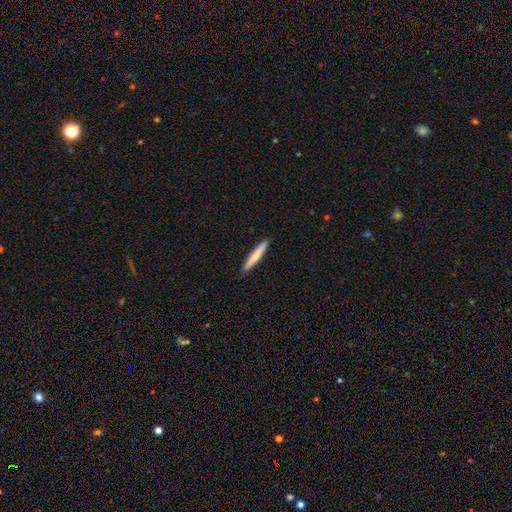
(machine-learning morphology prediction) smooth_or_featured: smooth (p=0.66) [alt: featured or disk p=0.29]
how_rounded: cigar-shaped (p=0.95) [alt: in between p=0.04]
merging: none (p=0.91) [alt: minor disturbance p=0.06]